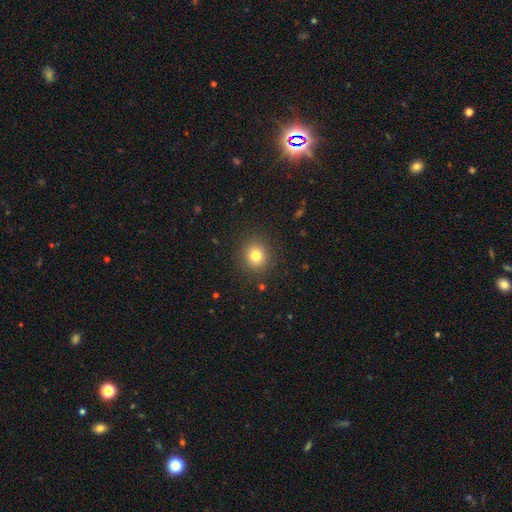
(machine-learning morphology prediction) The model was most divided on "smooth or featured": smooth: 79%, star or artifact: 13%, featured or disk: 8%. More confident: merging — none (90%); how rounded — round (89%).